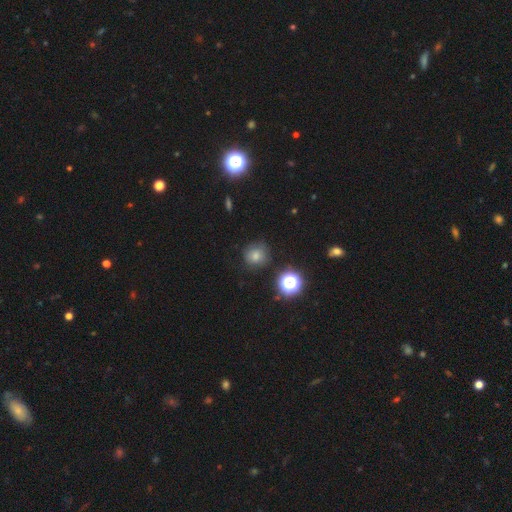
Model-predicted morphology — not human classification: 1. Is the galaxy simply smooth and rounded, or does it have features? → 71% smooth, 19% star or artifact, 11% featured or disk.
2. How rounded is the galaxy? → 88% round, 11% in between, 1% cigar-shaped.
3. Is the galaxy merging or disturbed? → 76% none, 17% minor disturbance, 5% major disturbance, 2% merger.